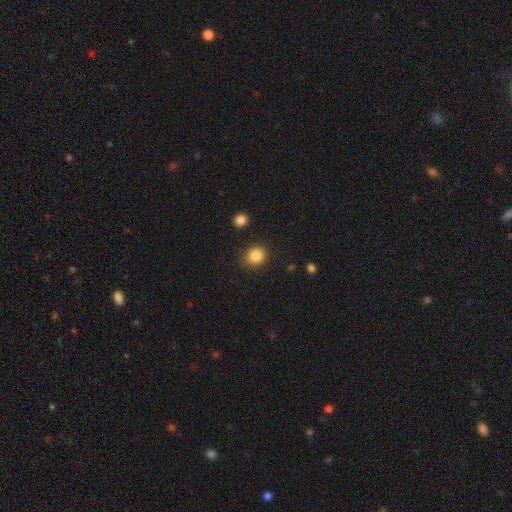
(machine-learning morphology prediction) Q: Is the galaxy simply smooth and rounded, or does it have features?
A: smooth — 86%.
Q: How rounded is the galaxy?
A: round — 73%.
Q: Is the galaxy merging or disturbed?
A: none — 82%.